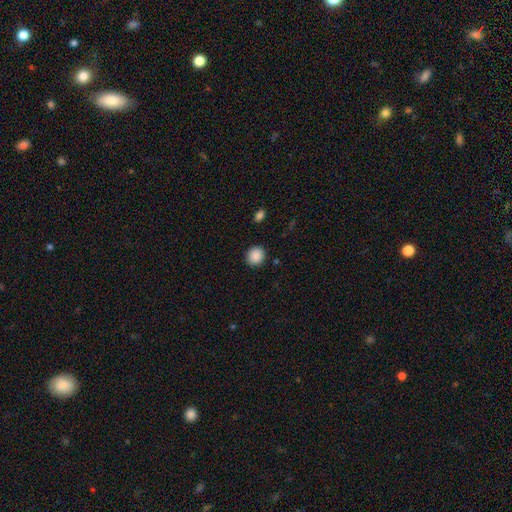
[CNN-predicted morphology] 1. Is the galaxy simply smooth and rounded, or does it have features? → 89% smooth, 8% star or artifact, 3% featured or disk.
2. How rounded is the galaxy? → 86% round, 13% in between, 1% cigar-shaped.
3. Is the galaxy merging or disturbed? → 90% none, 7% minor disturbance, 2% major disturbance, 1% merger.